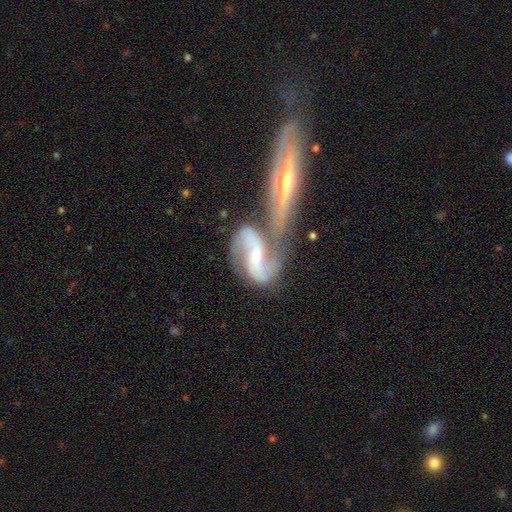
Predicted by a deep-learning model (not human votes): A featured or disk galaxy (86%) with a weak bar (43%), 2 (90%) medium (44%) spiral arms (95%) and a small central bulge (52%). Merging: merger (59%).